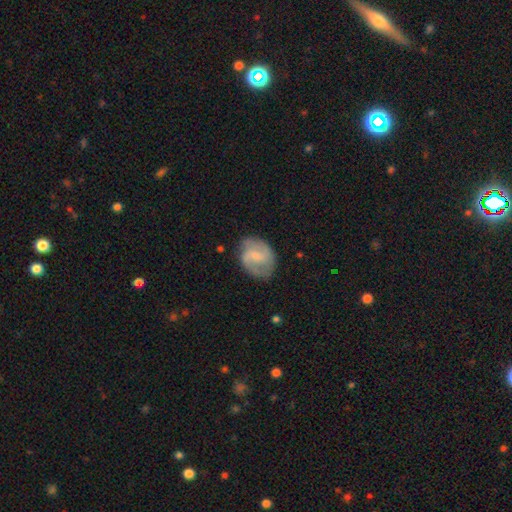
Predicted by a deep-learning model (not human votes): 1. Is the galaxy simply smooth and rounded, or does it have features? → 68% featured or disk, 26% smooth, 6% star or artifact.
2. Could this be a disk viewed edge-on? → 98% no, 2% yes.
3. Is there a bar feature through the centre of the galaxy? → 56% weak, 29% no, 15% strong.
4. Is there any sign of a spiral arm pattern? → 90% yes, 10% no.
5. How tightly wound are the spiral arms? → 49% medium, 30% loose, 21% tight.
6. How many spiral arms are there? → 81% 2, 10% can't tell, 4% 1, 3% 3, 1% 4, 1% more than 4.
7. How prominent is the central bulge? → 58% small, 25% moderate, 14% none, 2% large, 1% dominant.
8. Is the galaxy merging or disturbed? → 71% none, 20% minor disturbance, 7% major disturbance, 2% merger.